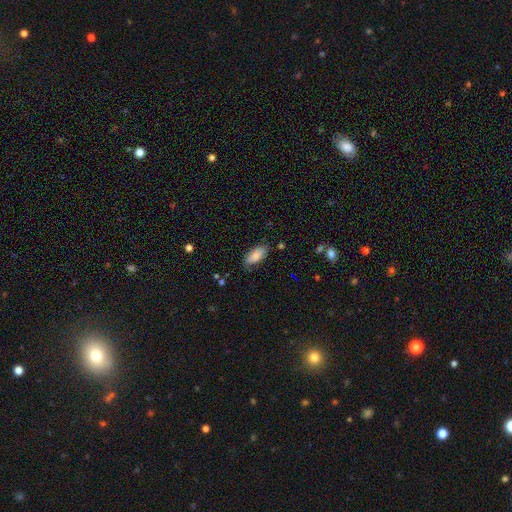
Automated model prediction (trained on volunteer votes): The model was most divided on "merging": none: 79%, minor disturbance: 16%, major disturbance: 3%, merger: 2%. More confident: how rounded — in between (86%); smooth or featured — smooth (84%).